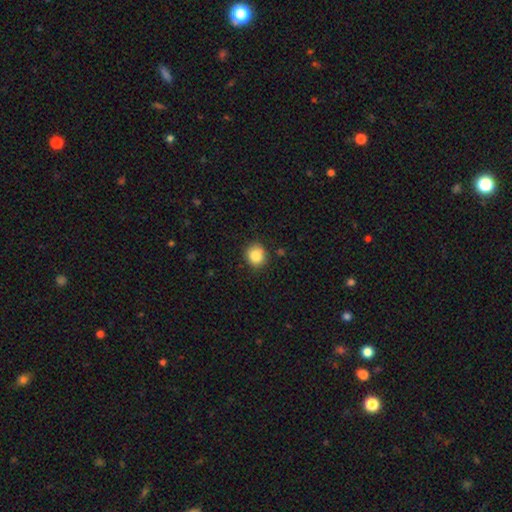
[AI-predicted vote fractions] Smooth or featured: smooth — 86% (star or artifact — 9%)
How rounded: round — 84% (in between — 15%)
Merging: none — 85% (minor disturbance — 11%)